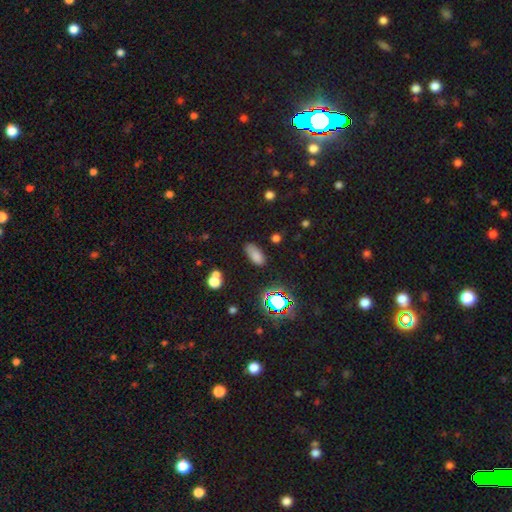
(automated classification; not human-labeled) Smooth or featured? smooth (75%)
How rounded? in between (88%)
Merging? none (74%)